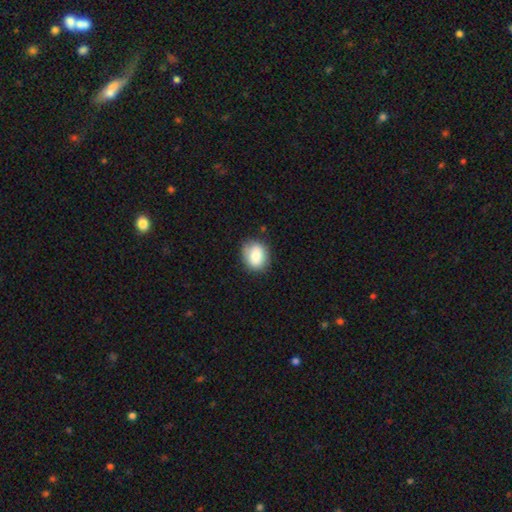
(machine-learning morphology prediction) Overall: smooth (80%). How rounded: round (52%; in between 47%). Merging: none (80%).